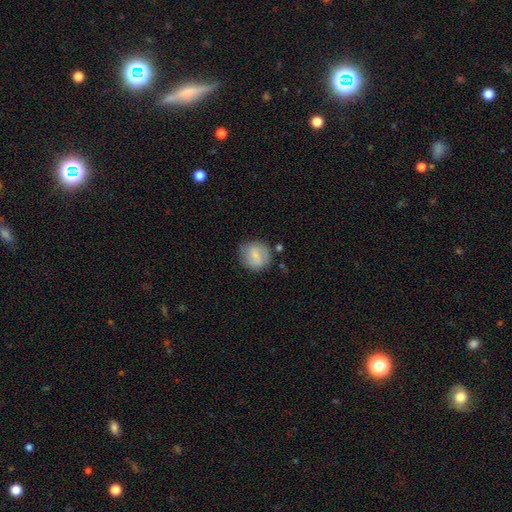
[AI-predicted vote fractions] Smooth or featured?
  - smooth: 60% *
  - featured or disk: 33%
  - star or artifact: 7%
How rounded?
  - round: 79% *
  - in between: 20%
  - cigar-shaped: 1%
Merging?
  - none: 71% *
  - minor disturbance: 19%
  - major disturbance: 6%
  - merger: 4%